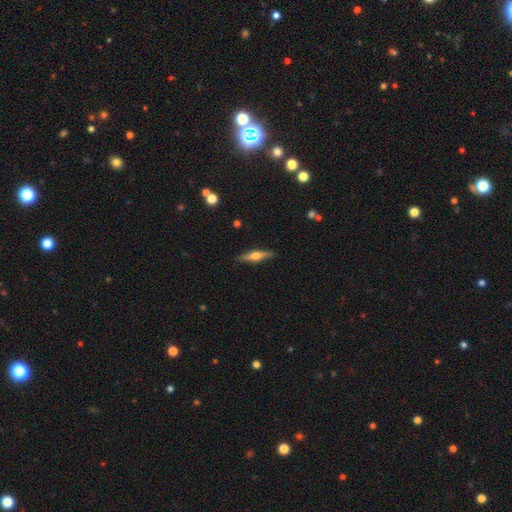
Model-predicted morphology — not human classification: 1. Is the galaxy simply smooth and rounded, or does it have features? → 56% featured or disk, 38% smooth, 6% star or artifact.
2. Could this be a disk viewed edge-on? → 95% yes, 5% no.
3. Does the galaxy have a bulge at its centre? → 90% rounded, 6% boxy, 4% none.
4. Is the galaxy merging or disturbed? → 89% none, 8% minor disturbance, 2% major disturbance, 1% merger.